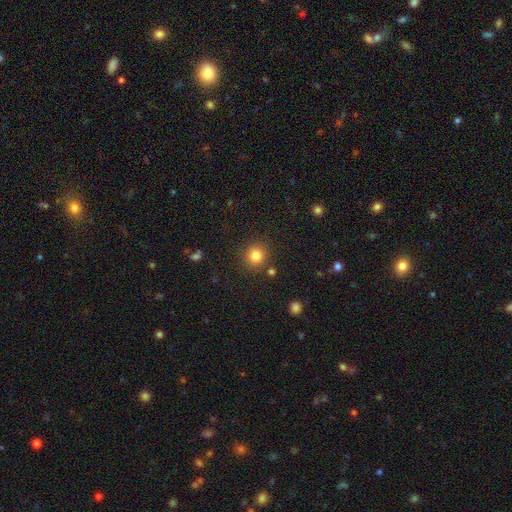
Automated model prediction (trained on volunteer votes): smooth 82%, star or artifact 13%, featured or disk 6%. Down the decision tree: how rounded — round (92%); merging — none (87%).